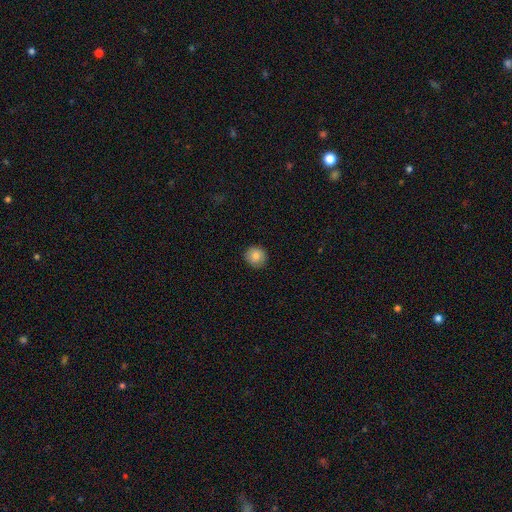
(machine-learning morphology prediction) Q: Smooth or featured?
A: smooth (82%); runner-up: star or artifact (9%)
Q: How rounded?
A: round (92%); runner-up: in between (7%)
Q: Merging?
A: none (91%); runner-up: minor disturbance (7%)